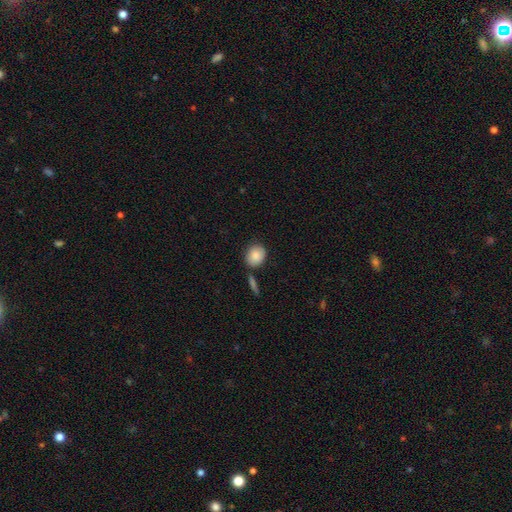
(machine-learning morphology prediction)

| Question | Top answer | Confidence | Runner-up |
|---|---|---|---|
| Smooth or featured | smooth | 86% | featured or disk (7%) |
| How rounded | round | 60% | in between (39%) |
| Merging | none | 74% | minor disturbance (14%) |